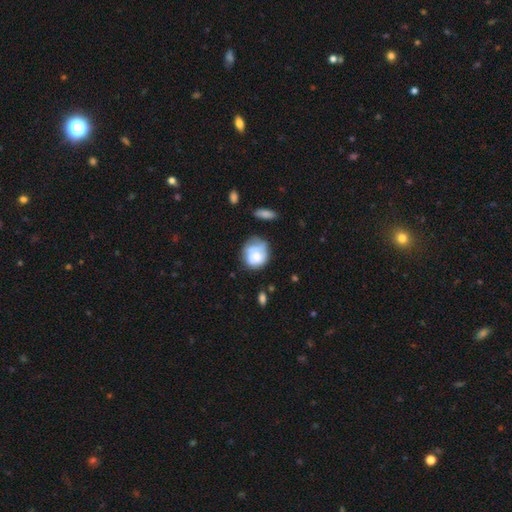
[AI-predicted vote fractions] Q: Smooth or featured?
A: smooth (57%); runner-up: featured or disk (34%)
Q: How rounded?
A: round (73%); runner-up: in between (26%)
Q: Merging?
A: none (42%); runner-up: minor disturbance (29%)